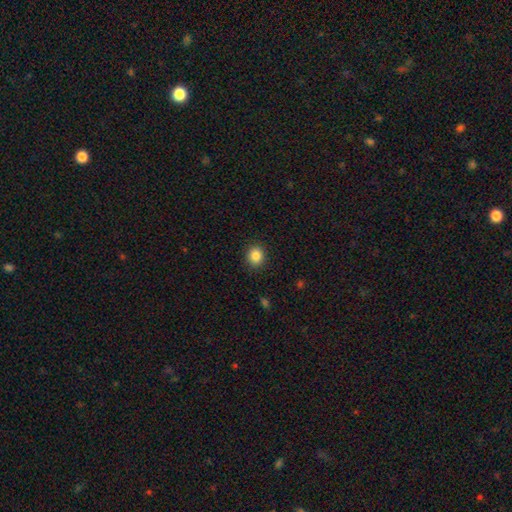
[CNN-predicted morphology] Smooth or featured? Predicted: smooth (p=0.86). How rounded? Predicted: round (p=0.77). Merging? Predicted: none (p=0.90).